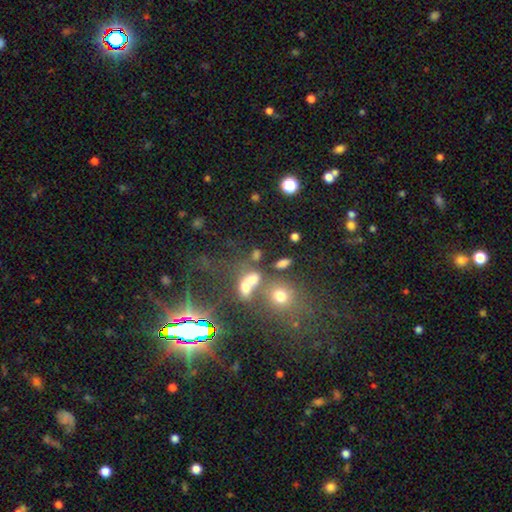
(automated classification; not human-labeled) Q: Smooth or featured?
A: smooth (46%); runner-up: star or artifact (36%)
Q: Merging?
A: none (41%); runner-up: merger (38%)